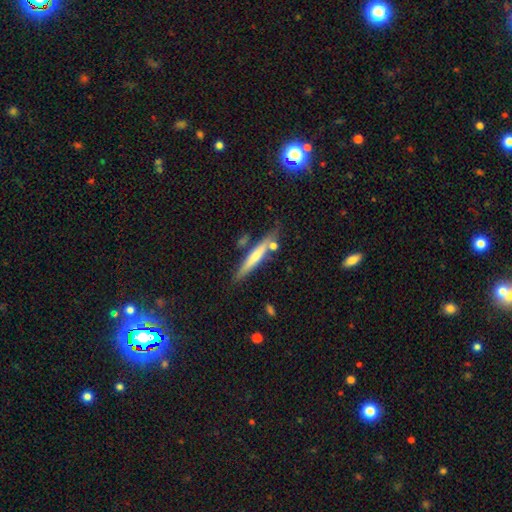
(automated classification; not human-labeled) A smooth galaxy with no disk features (51%) that is cigar-shaped (93%). Merging: none (73%).